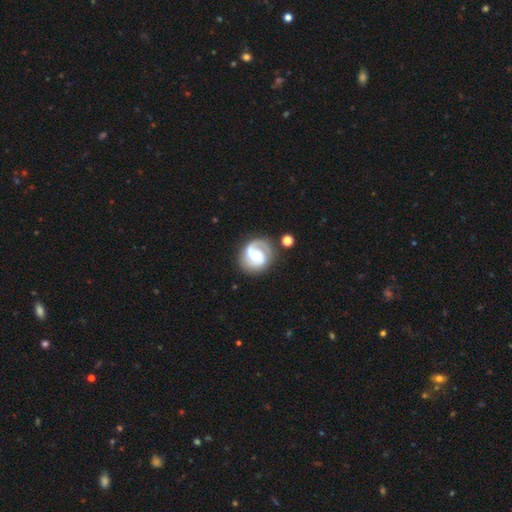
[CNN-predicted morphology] This is clearly a featured or disk galaxy (84%). It is clearly not viewed edge-on (98%). Bar: possibly no (50%). Spiral arm pattern: clearly yes (96%). Spiral arm count: likely 2 (79%). Spiral winding: marginally tight (44%). Central bulge: possibly moderate (50%). Merging: likely none (73%).